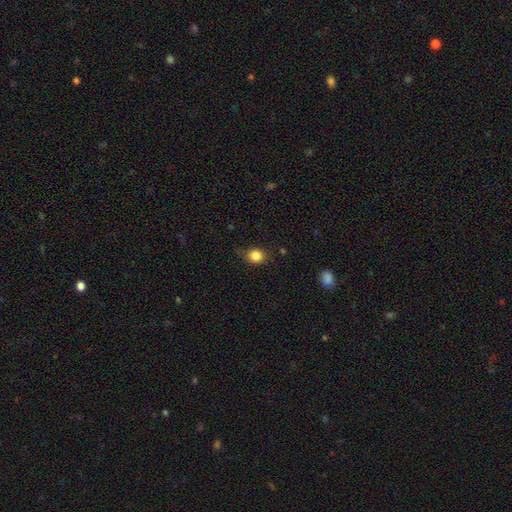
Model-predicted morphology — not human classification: Overall: smooth (84%). How rounded: round (67%; in between 32%). Merging: none (73%).